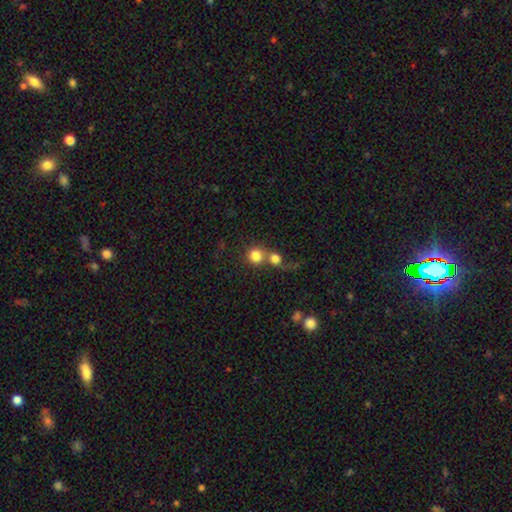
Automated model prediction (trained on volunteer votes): smooth 80%, star or artifact 10%, featured or disk 10%. Down the decision tree: how rounded — round (89%); merging — merger (52%).